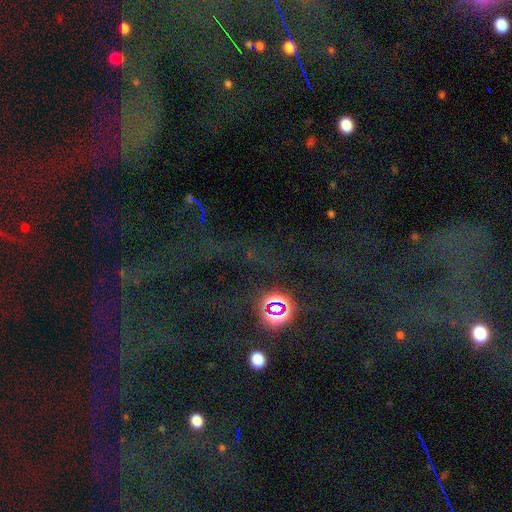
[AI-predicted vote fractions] Q: Smooth or featured?
A: star or artifact (71%); runner-up: smooth (16%)